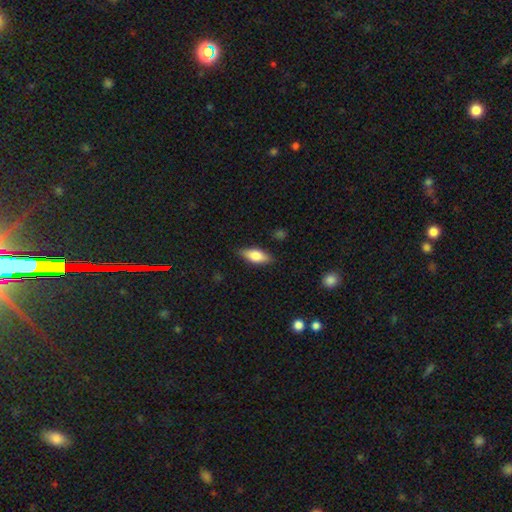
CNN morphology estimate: The model was most divided on "smooth or featured": smooth: 70%, featured or disk: 24%, star or artifact: 7%. More confident: merging — none (85%); how rounded — in between (75%).